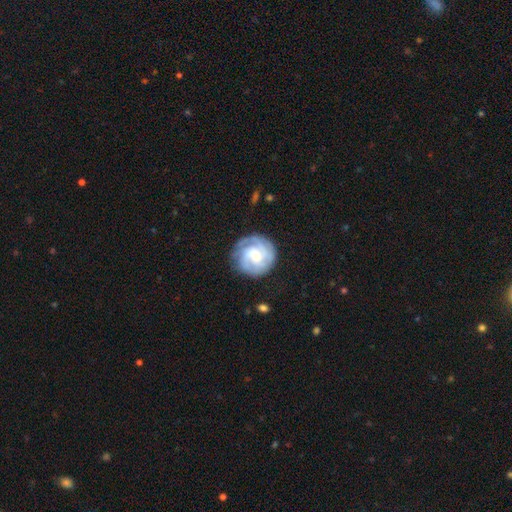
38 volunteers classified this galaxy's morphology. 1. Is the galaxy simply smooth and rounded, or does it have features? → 89% featured or disk, 11% smooth, 0% star or artifact.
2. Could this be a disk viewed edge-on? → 97% no, 3% yes.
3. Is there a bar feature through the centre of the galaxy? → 58% no, 36% weak, 6% strong.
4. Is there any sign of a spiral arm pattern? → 100% yes, 0% no.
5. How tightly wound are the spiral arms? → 67% tight, 30% medium, 3% loose.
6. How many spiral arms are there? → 33% 3, 27% 4, 21% can't tell, 15% more than 4, 3% 2, 0% 1.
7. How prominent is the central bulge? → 67% small, 30% moderate, 3% dominant, 0% large, 0% none.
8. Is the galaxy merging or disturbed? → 89% none, 11% minor disturbance, 0% major disturbance, 0% merger.